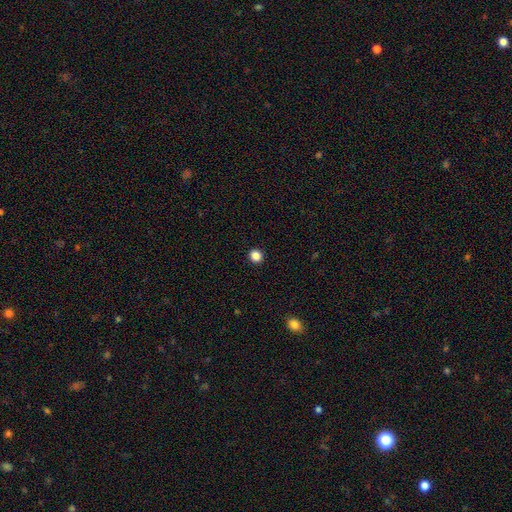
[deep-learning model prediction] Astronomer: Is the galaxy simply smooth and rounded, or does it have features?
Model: smooth — 86%.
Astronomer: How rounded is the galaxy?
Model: round — 89%.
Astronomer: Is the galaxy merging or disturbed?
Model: none — 93%.